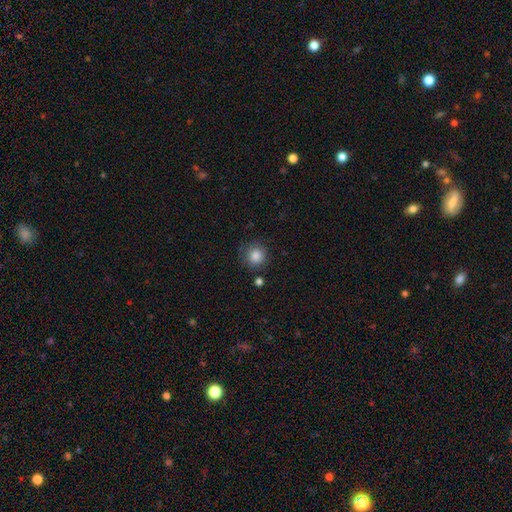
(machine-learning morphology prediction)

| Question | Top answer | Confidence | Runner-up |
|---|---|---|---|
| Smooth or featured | smooth | 85% | star or artifact (10%) |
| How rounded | round | 92% | in between (7%) |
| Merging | none | 80% | minor disturbance (12%) |